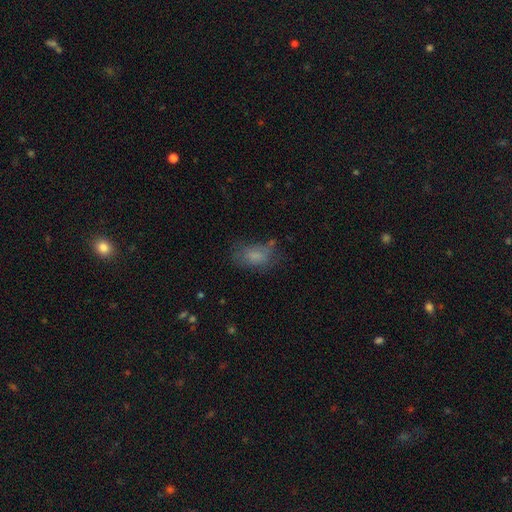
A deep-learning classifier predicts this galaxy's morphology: Smooth or featured? Predicted: smooth (p=0.72). How rounded? Predicted: in between (p=0.86). Merging? Predicted: none (p=0.49).